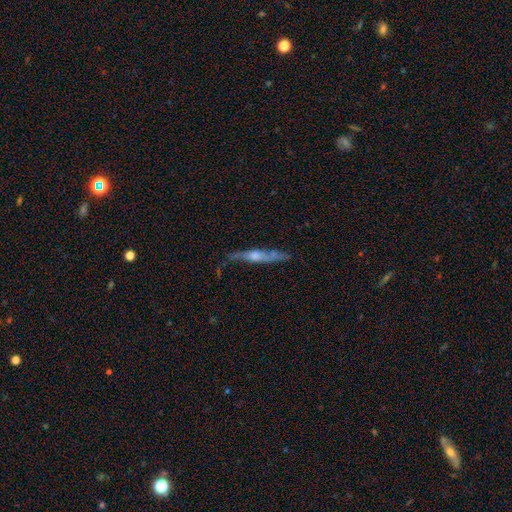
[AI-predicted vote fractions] Smooth or featured: featured or disk — 71% (smooth — 22%)
Edge-on disk: yes — 88% (no — 12%)
Edge-on bulge: rounded — 77% (none — 14%)
Merging: none — 70% (minor disturbance — 21%)